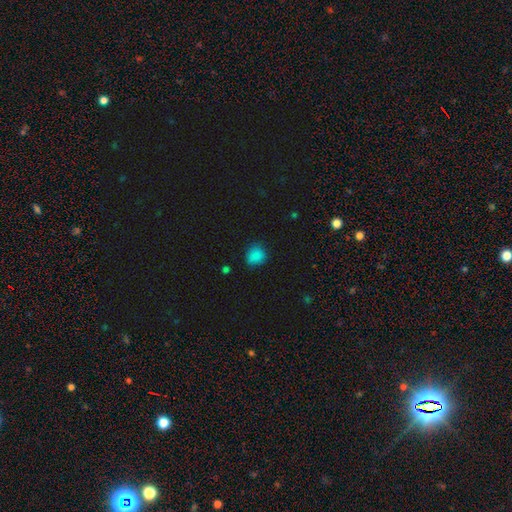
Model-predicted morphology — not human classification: A smooth galaxy with no disk features (84%) that is round (71%). Merging: none (73%).